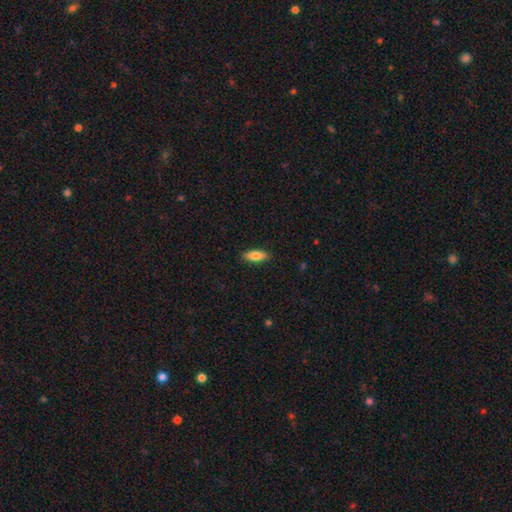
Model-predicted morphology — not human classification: This is likely a smooth galaxy (79%). How rounded: likely in between (70%). Merging: clearly none (89%).